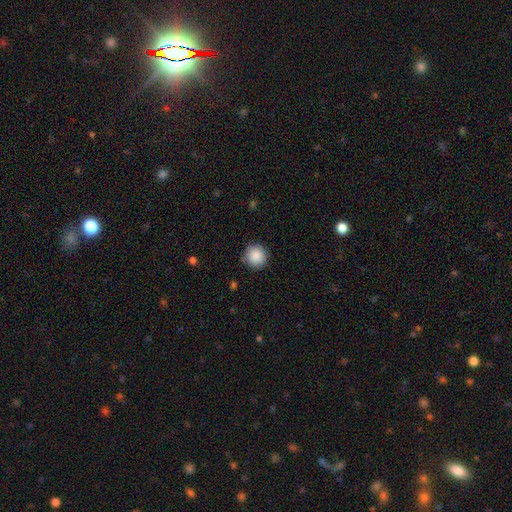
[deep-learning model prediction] This is clearly a smooth galaxy (88%). How rounded: clearly round (95%). Merging: clearly none (90%).